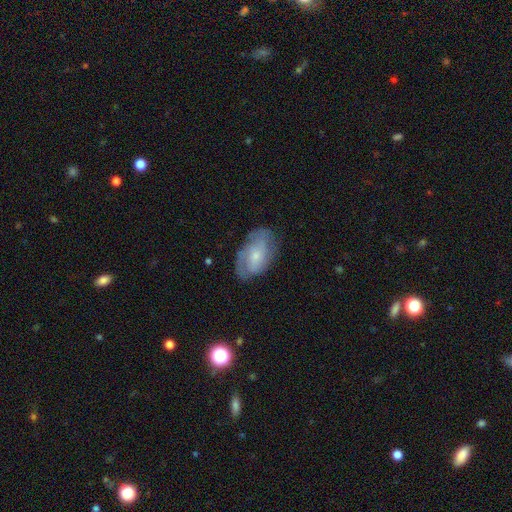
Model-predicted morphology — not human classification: smooth_or_featured: featured or disk (p=0.59) [alt: smooth p=0.35]
disk_edge_on: no (p=0.95) [alt: yes p=0.05]
bar: no (p=0.69) [alt: weak p=0.26]
has_spiral_arms: yes (p=0.81) [alt: no p=0.19]
bulge_size: small (p=0.70) [alt: moderate p=0.23]
merging: none (p=0.67) [alt: minor disturbance p=0.23]